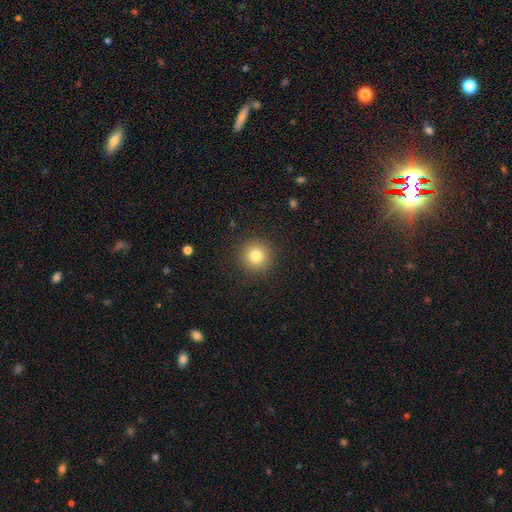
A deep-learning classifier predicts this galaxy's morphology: This appears to be a smooth galaxy with no disk features (80%) that is round (95%). Merging: none (91%).